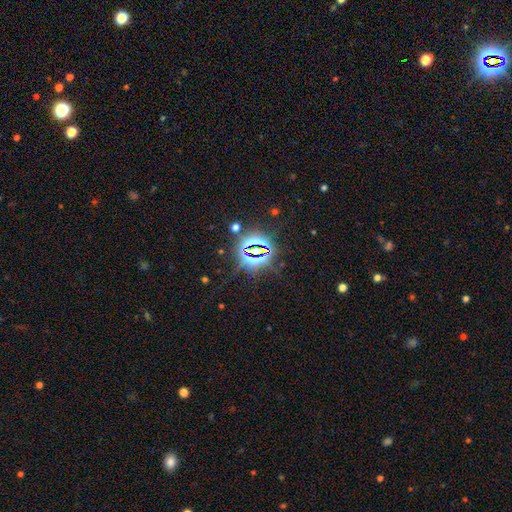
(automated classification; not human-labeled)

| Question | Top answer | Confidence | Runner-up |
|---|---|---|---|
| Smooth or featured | star or artifact | 81% | smooth (11%) |